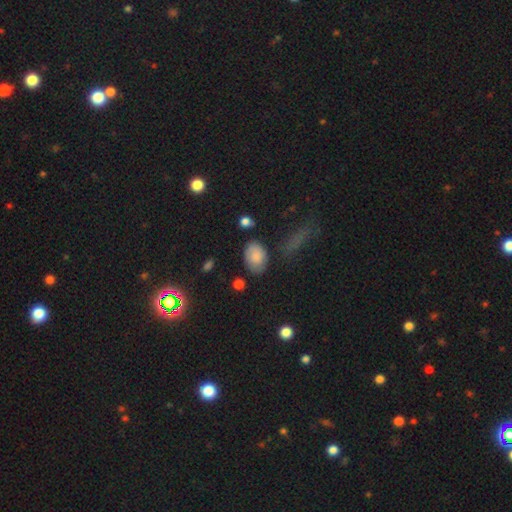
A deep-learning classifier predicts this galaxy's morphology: This is clearly a smooth galaxy (80%). How rounded: clearly in between (86%). Merging: likely none (71%).